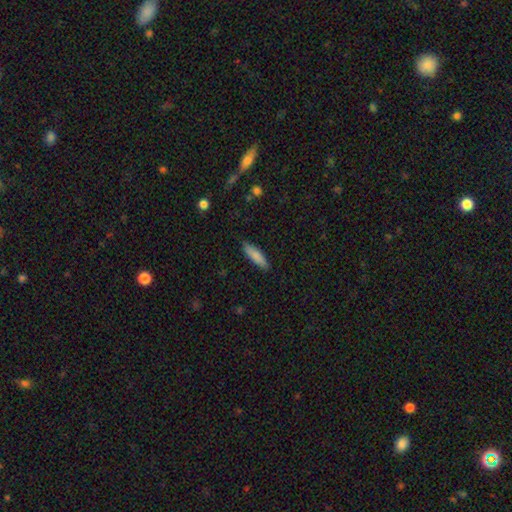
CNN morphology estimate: A smooth galaxy with no disk features (83%) that is cigar-shaped (67%).

Vote fractions:
- Smooth or featured? smooth: 83% / featured or disk: 11% / star or artifact: 6%
- How rounded? cigar-shaped: 67% / in between: 31% / round: 2%
- Merging? none: 87% / minor disturbance: 10% / major disturbance: 2% / merger: 1%